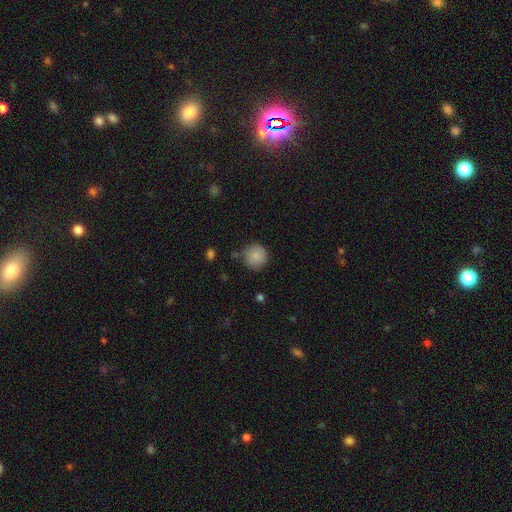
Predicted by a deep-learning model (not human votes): A smooth galaxy with no disk features (86%) that is round (94%). Merging: none (82%).